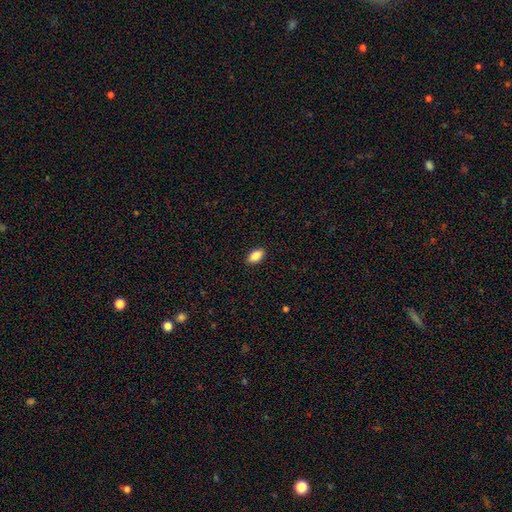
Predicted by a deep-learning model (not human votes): smooth_or_featured: smooth (p=0.85) [alt: star or artifact p=0.07]
how_rounded: in between (p=0.91) [alt: round p=0.05]
merging: none (p=0.90) [alt: minor disturbance p=0.08]